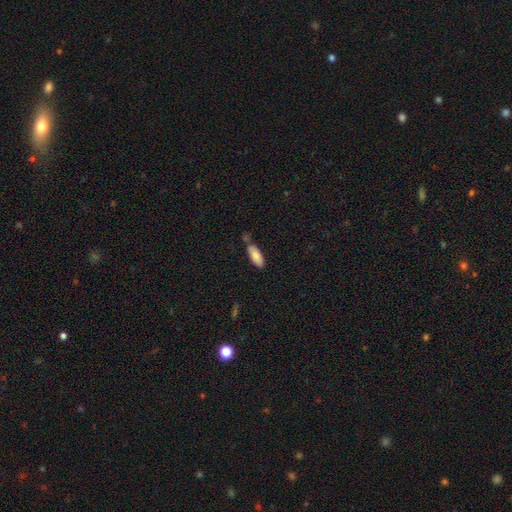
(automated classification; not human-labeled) Smooth or featured? smooth (82%)
How rounded? in between (75%)
Merging? none (62%)